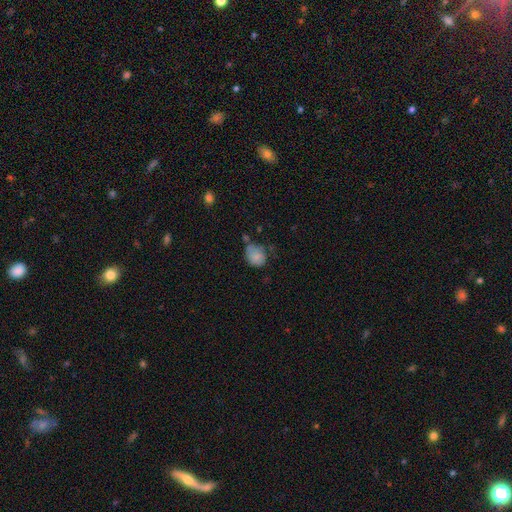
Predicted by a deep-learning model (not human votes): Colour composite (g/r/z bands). It shows a smooth galaxy with no disk features (80%) that is round (56%). Merging: none (44%).